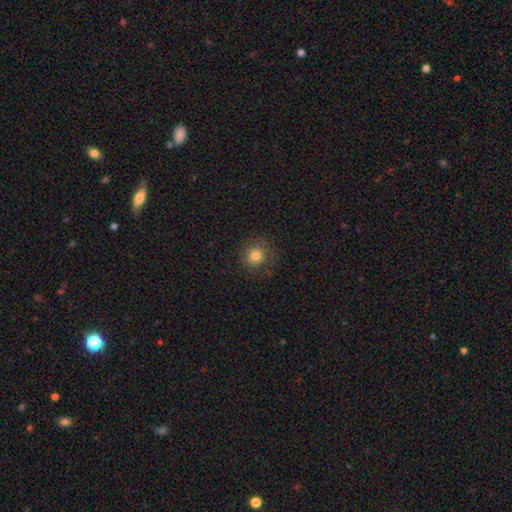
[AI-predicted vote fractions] smooth 80%, star or artifact 13%, featured or disk 8%. Down the decision tree: how rounded — round (90%); merging — none (84%).